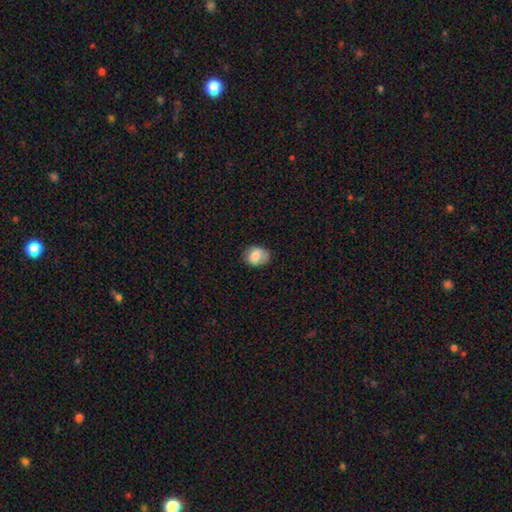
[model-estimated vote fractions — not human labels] Smooth or featured?
  - smooth: 81% *
  - featured or disk: 11%
  - star or artifact: 8%
How rounded?
  - in between: 52% *
  - round: 47%
  - cigar-shaped: 1%
Merging?
  - none: 72% *
  - minor disturbance: 22%
  - major disturbance: 5%
  - merger: 1%